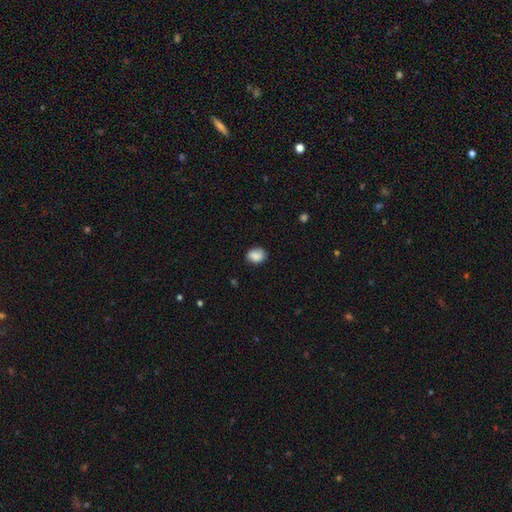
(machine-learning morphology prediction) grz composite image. It shows a smooth galaxy with no disk features (86%) that is in between round and cigar-shaped (61%). Merging: none (78%).